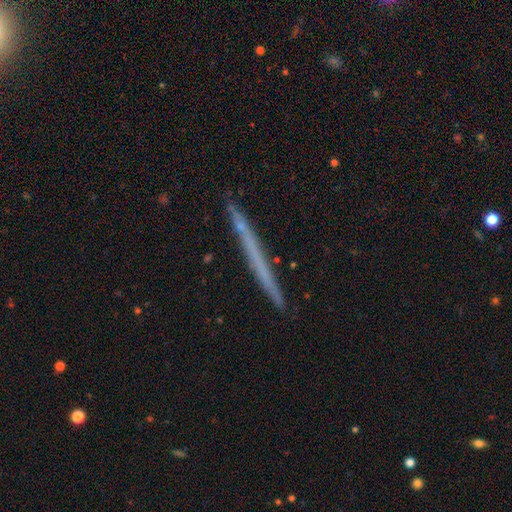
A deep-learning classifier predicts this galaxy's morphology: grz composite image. It shows a featured or disk galaxy (49%). Merging: none (90%).